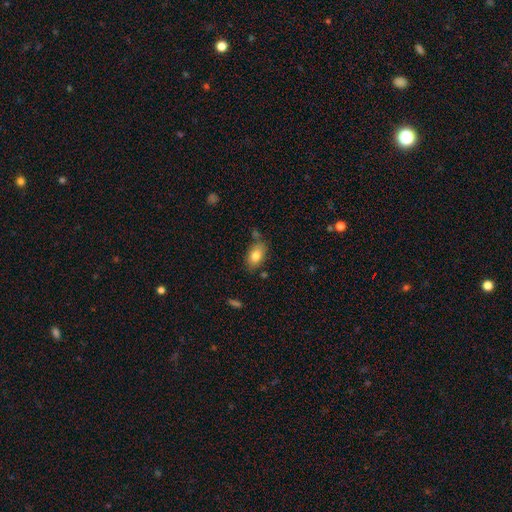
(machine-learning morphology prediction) Smooth or featured? smooth (81%)
How rounded? in between (88%)
Merging? none (73%)